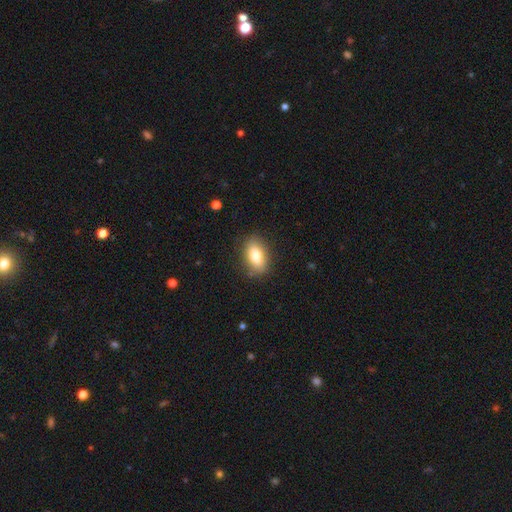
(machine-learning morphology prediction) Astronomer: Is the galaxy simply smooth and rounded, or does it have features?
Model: smooth — 82%.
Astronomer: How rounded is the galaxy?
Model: in between — 88%.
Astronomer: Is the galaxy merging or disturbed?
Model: none — 84%.